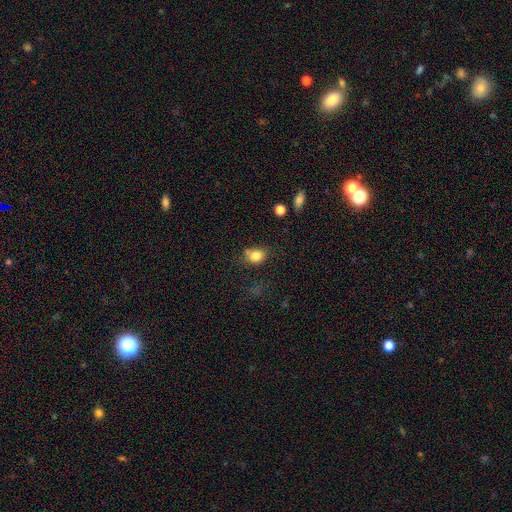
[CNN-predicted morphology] A smooth galaxy with no disk features (81%) that is in between round and cigar-shaped (49%, tied with round).

Vote fractions:
- Smooth or featured? smooth: 81% / star or artifact: 11% / featured or disk: 8%
- How rounded? in between: 49% (tied) / round: 49% (tied) / cigar-shaped: 1%
- Merging? none: 58% / minor disturbance: 24% / merger: 11% / major disturbance: 8%